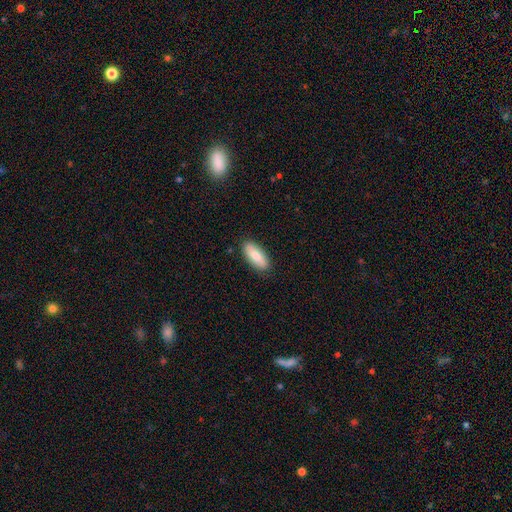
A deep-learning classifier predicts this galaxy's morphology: This is likely a smooth galaxy (78%). How rounded: clearly in between (80%). Merging: clearly none (88%).